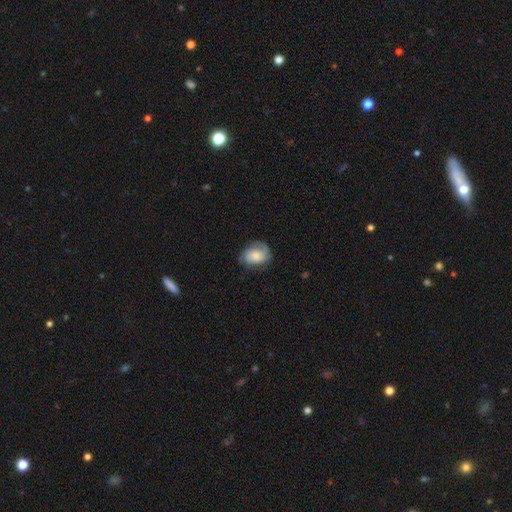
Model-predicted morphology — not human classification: A smooth galaxy with no disk features (49%).

Vote fractions:
- Smooth or featured? smooth: 49% / featured or disk: 44% / star or artifact: 7%
- Merging? none: 61% / minor disturbance: 26% / major disturbance: 12% / merger: 1%